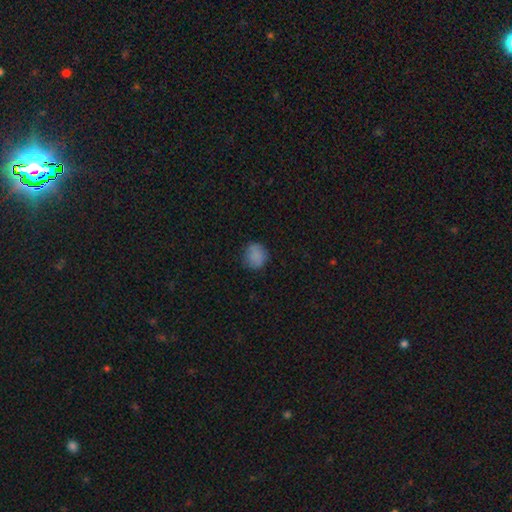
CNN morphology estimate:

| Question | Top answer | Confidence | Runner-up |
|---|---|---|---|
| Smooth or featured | smooth | 84% | star or artifact (10%) |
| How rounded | round | 83% | in between (16%) |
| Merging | none | 79% | minor disturbance (16%) |